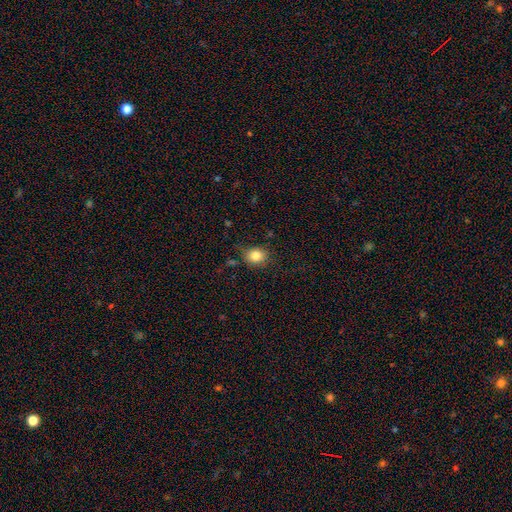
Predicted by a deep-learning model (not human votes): Smooth or featured? smooth (82%)
How rounded? round (70%)
Merging? none (77%)